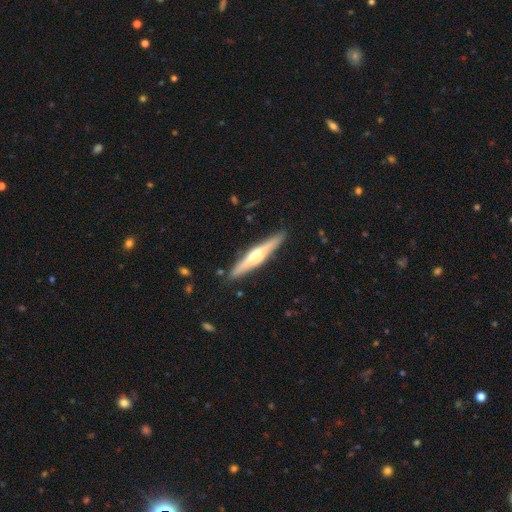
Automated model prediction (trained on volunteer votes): This appears to be a featured or disk galaxy (63%) viewed edge-on (96%) with a rounded central bulge (79%). Merging: none (88%).